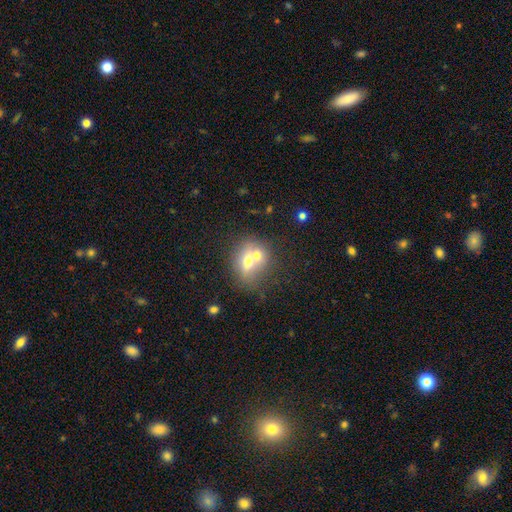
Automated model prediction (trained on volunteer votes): Morphology: type=smooth (61%); roundness=round (65%); merging=merger (59%).